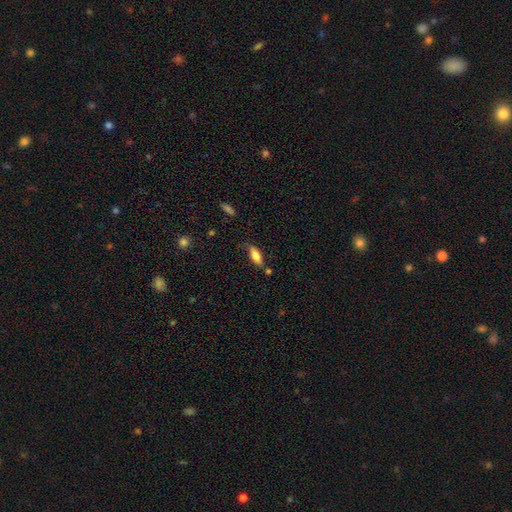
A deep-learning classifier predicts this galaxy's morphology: Smooth or featured: smooth — 74% (featured or disk — 19%)
How rounded: in between — 69% (cigar-shaped — 29%)
Merging: none — 66% (minor disturbance — 23%)